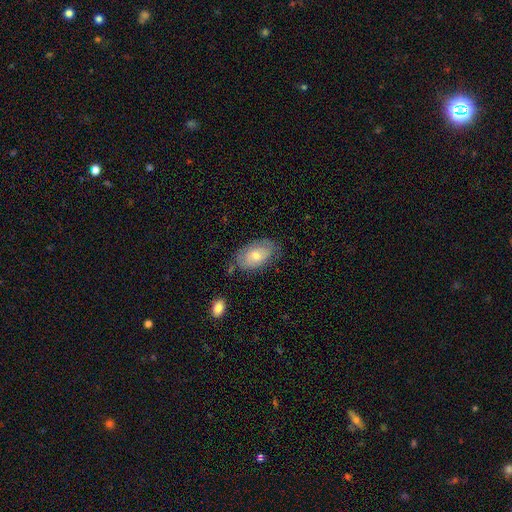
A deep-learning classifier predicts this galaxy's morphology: Smooth or featured? smooth (57%)
How rounded? in between (92%)
Merging? none (70%)